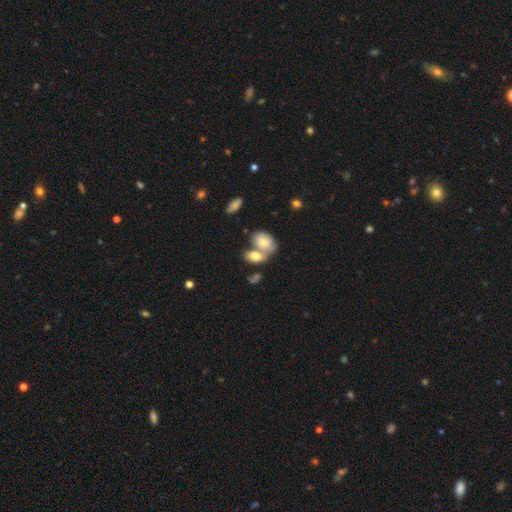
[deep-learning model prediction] Smooth or featured? smooth (74%)
How rounded? in between (83%)
Merging? merger (54%)